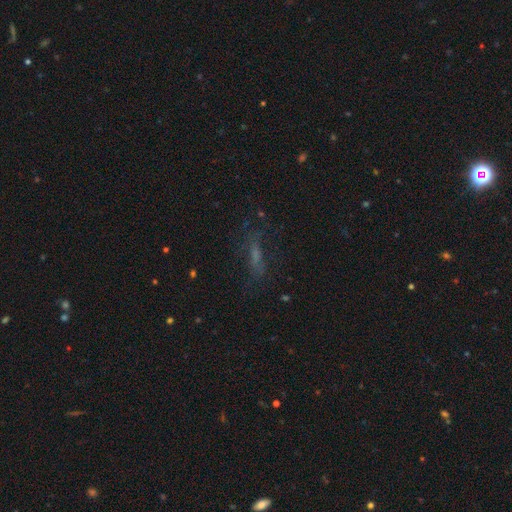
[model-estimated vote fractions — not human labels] smooth-or-featured: smooth: 40% | featured or disk: 32% | star or artifact: 28%
  merging: none: 66% | minor disturbance: 18% | major disturbance: 14% | merger: 2%